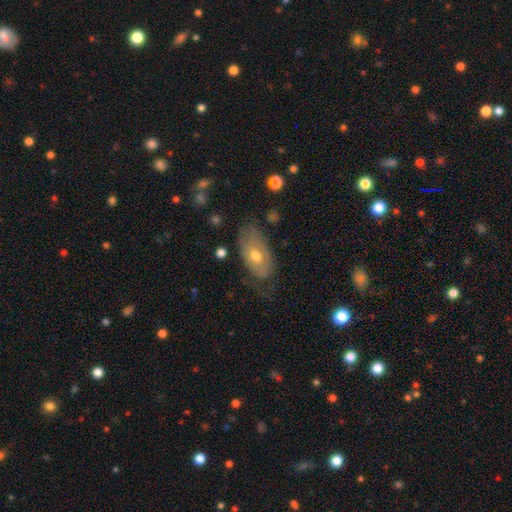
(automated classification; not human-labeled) smooth_or_featured: featured or disk (p=0.48) [alt: smooth p=0.45]
merging: none (p=0.57) [alt: minor disturbance p=0.27]